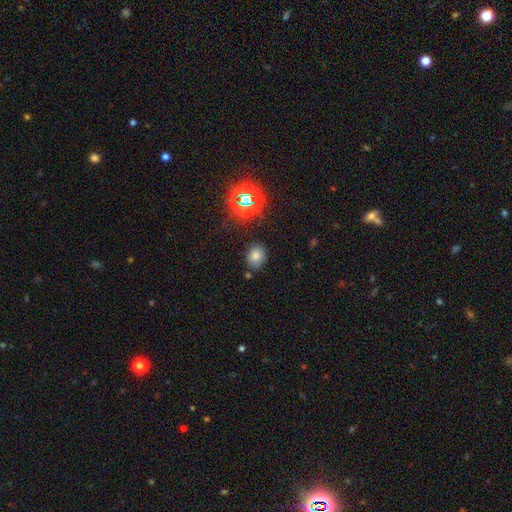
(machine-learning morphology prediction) The model was most divided on "how rounded": round: 56%, in between: 43%, cigar-shaped: 1%. More confident: merging — none (78%); smooth or featured — smooth (71%).